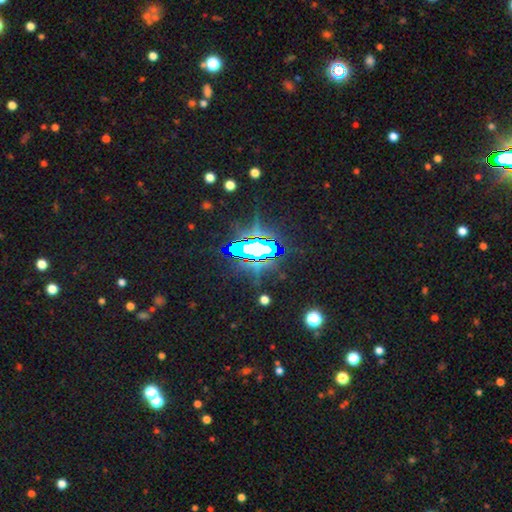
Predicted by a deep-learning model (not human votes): This appears to be a star or artifact, not a galaxy (79%).